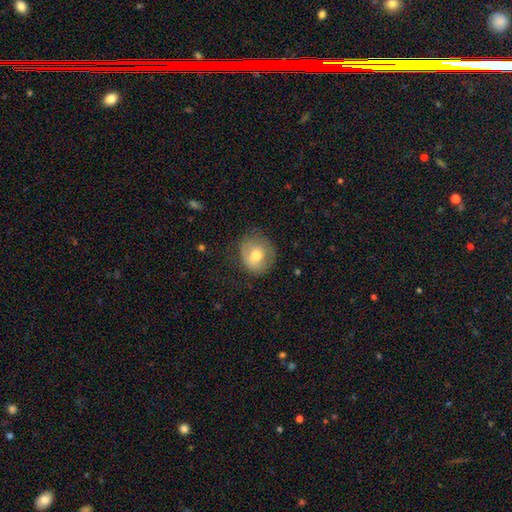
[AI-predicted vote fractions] The model was most divided on "smooth or featured": smooth: 65%, featured or disk: 27%, star or artifact: 8%. More confident: how rounded — round (76%); merging — none (67%).